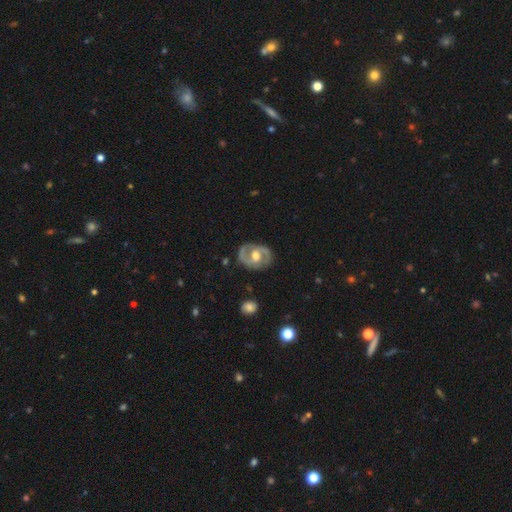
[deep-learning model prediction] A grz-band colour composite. It shows a featured or disk galaxy (79%) with no bar (43%), 2 (87%) medium (51%) spiral arms (79%) and a moderate central bulge (68%). Merging: none (80%).